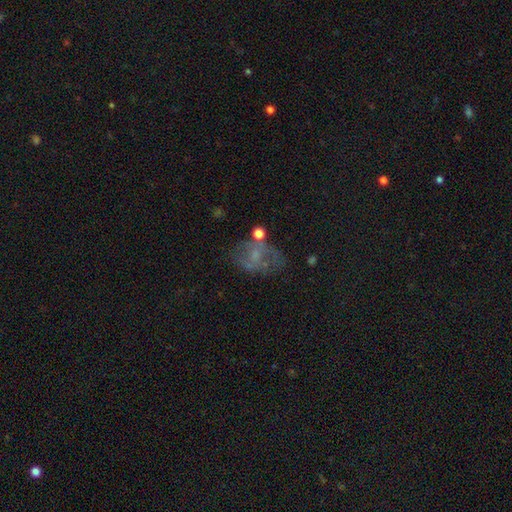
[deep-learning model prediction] This appears to be a featured or disk galaxy (47%). Merging: none (40%).